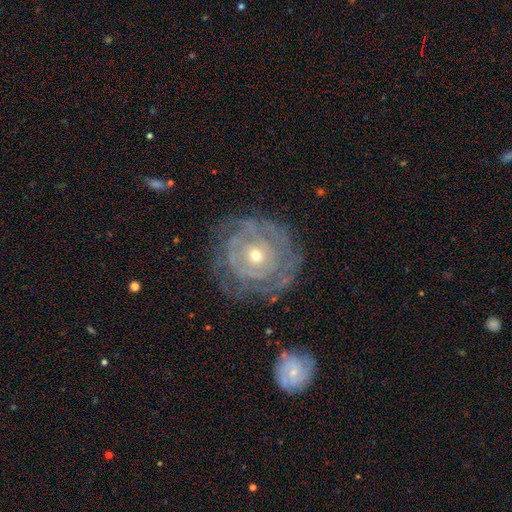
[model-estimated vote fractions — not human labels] The model was most divided on "bulge size": small: 54%, moderate: 42%, large: 2%, none: 1%, dominant: 1%. More confident: edge-on disk — no (97%); bar — no (82%); spiral winding — tight (79%); smooth or featured — featured or disk (77%); spiral arms — yes (73%); merging — none (72%); spiral arm count — can't tell (55%).